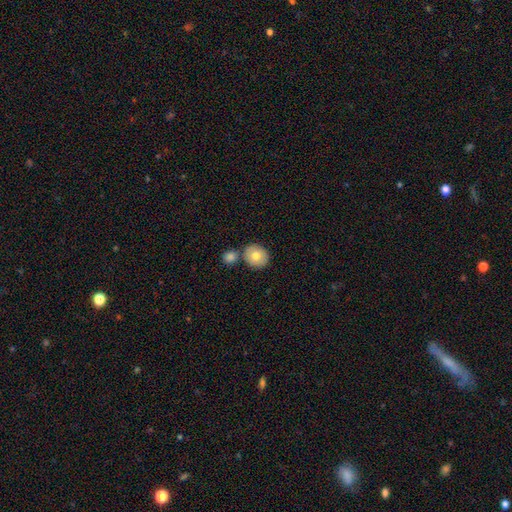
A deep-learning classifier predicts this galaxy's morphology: Smooth or featured: smooth — 76% (featured or disk — 17%)
How rounded: round — 83% (in between — 16%)
Merging: none — 69% (merger — 19%)